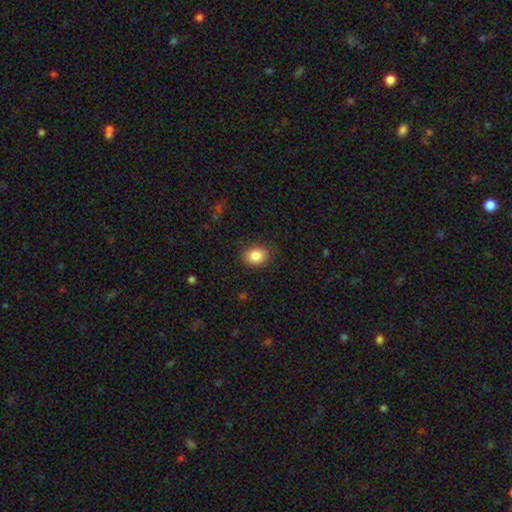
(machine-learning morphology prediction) Q: Smooth or featured?
A: smooth (86%); runner-up: star or artifact (8%)
Q: How rounded?
A: in between (60%); runner-up: round (39%)
Q: Merging?
A: none (82%); runner-up: minor disturbance (13%)